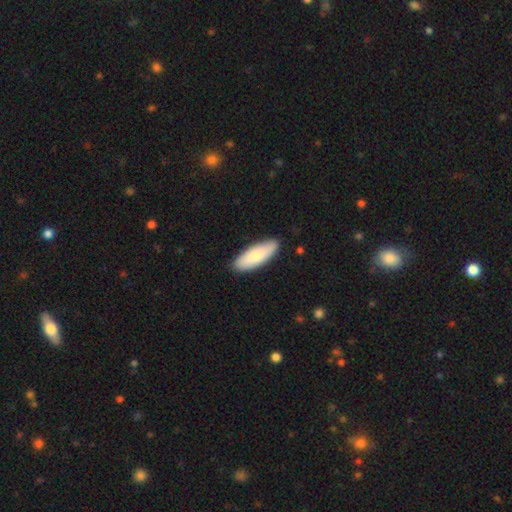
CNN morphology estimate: Smooth or featured?
  - smooth: 81% *
  - featured or disk: 14%
  - star or artifact: 5%
How rounded?
  - in between: 66% *
  - cigar-shaped: 32%
  - round: 2%
Merging?
  - none: 88% *
  - minor disturbance: 9%
  - major disturbance: 2%
  - merger: 1%